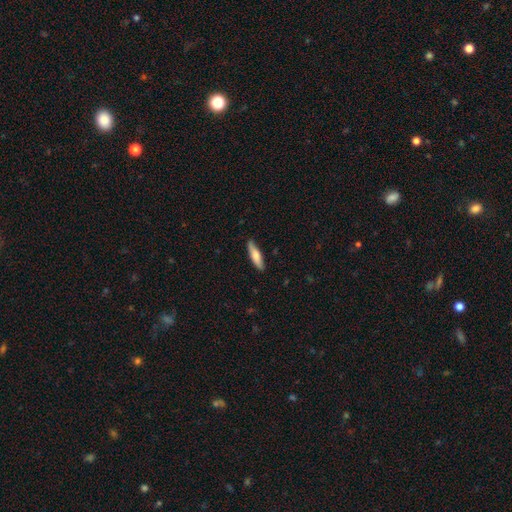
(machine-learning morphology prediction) This appears to be a smooth galaxy with no disk features (70%) that is cigar-shaped (70%). Merging: none (86%).